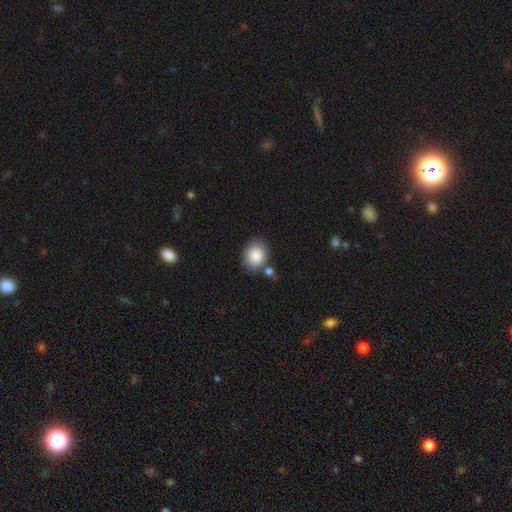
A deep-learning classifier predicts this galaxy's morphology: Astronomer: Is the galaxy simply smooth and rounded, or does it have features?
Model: smooth — 87%.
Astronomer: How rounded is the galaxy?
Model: in between — 51% (runner-up: round, 48%).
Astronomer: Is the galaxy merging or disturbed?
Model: none — 74%.